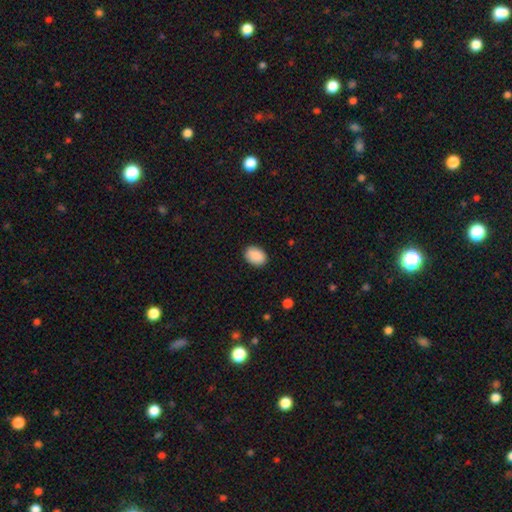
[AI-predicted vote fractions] This is clearly a smooth galaxy (90%). How rounded: likely in between (79%). Merging: clearly none (88%).